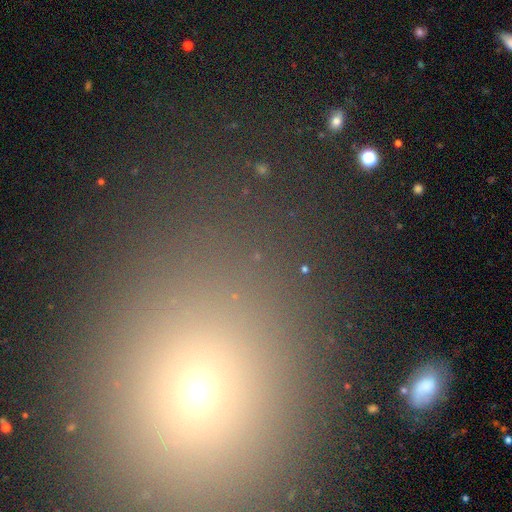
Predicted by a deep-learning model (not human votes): Overall: smooth (54%; star or artifact 35%). How rounded: round (63%; in between 34%). Merging: none (84%).